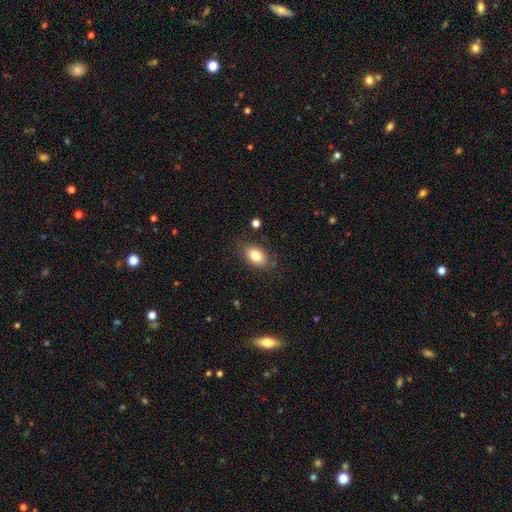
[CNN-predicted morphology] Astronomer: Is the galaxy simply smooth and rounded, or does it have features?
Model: smooth — 81%.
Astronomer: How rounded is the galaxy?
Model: in between — 83%.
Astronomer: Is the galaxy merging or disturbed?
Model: none — 81%.